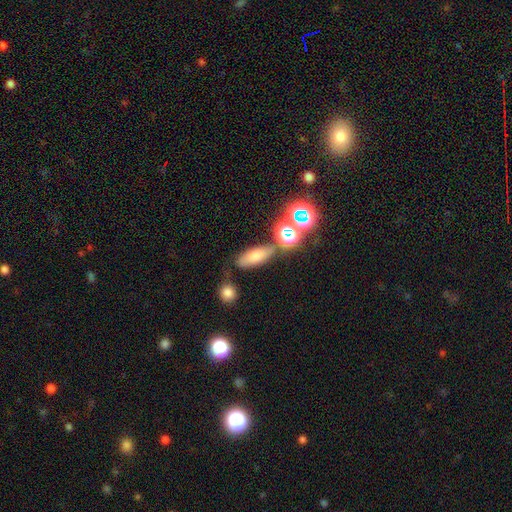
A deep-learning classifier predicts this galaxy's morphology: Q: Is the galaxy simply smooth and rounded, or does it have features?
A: smooth — 67%.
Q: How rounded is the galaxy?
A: in between — 67%.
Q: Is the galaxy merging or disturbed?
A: none — 72%.